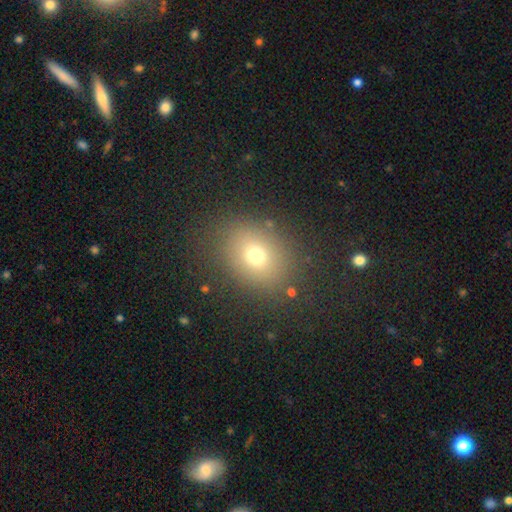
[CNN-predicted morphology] type=smooth (69%); roundness=round (55%); merging=none (83%).